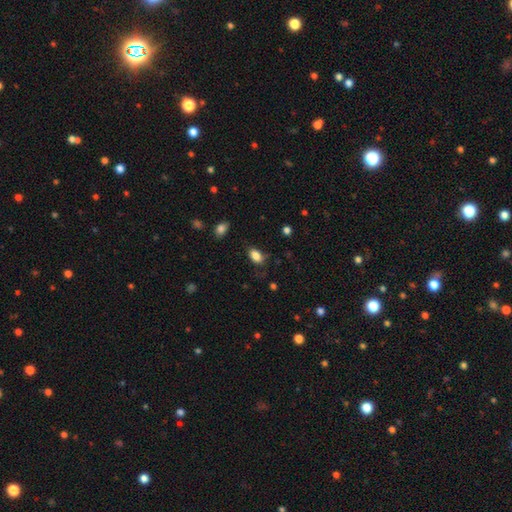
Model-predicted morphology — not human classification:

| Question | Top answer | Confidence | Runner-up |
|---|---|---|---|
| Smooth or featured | smooth | 85% | star or artifact (9%) |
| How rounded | in between | 88% | round (10%) |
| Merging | none | 69% | minor disturbance (22%) |